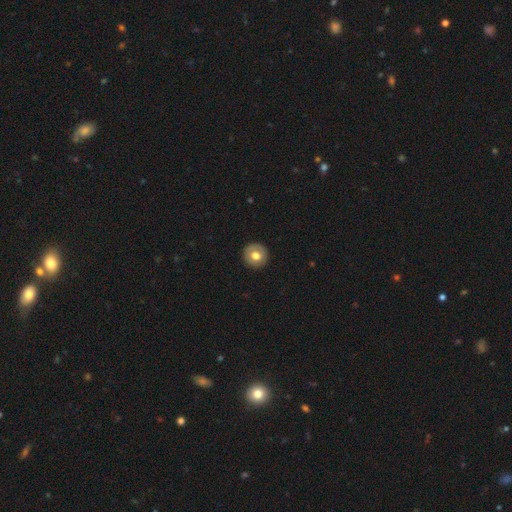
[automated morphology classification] Smooth or featured? Predicted: smooth (p=0.67). How rounded? Predicted: round (p=0.94). Merging? Predicted: none (p=0.91).